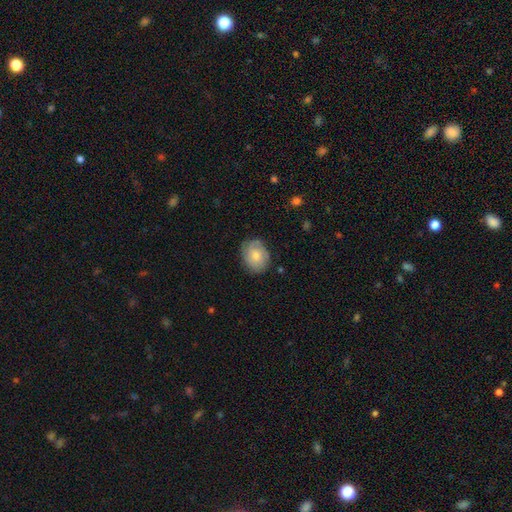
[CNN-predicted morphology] smooth 73%, featured or disk 21%, star or artifact 7%. Down the decision tree: how rounded — in between (56%); merging — none (77%).